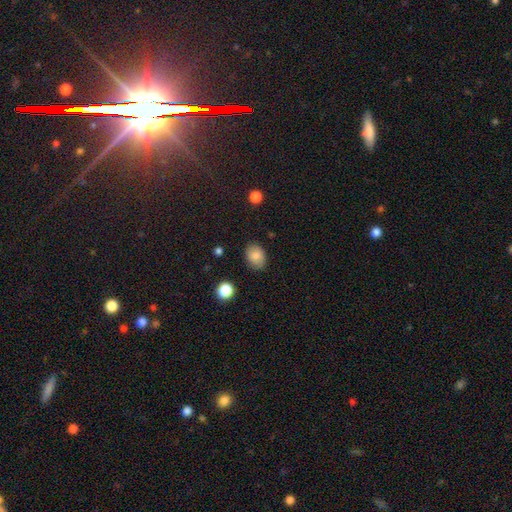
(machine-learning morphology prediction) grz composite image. It shows a smooth galaxy with no disk features (84%) that is in between round and cigar-shaped (72%). Merging: none (83%).